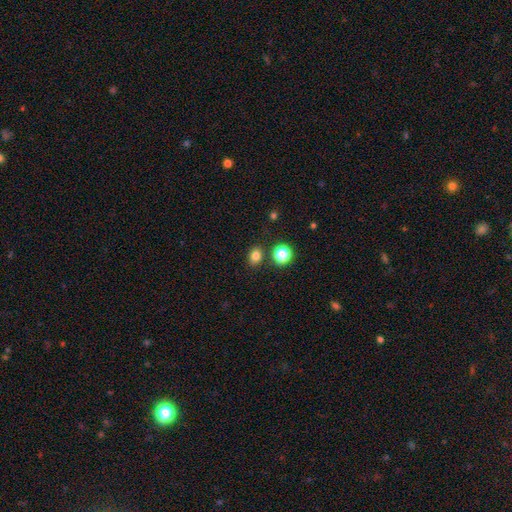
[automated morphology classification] This appears to be a smooth galaxy with no disk features (79%) that is round (51%). Merging: none (82%).